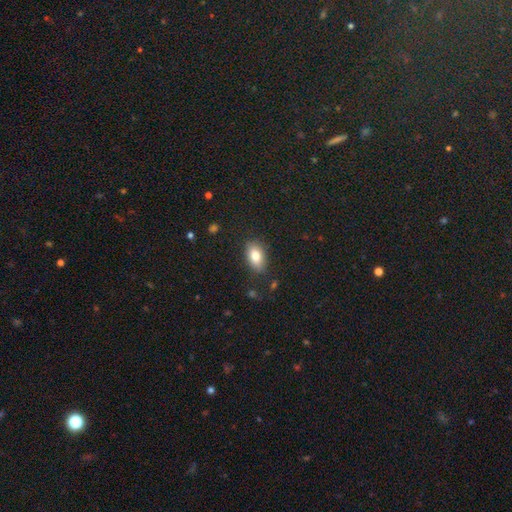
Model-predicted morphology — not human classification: The model was most divided on "smooth or featured": smooth: 80%, featured or disk: 12%, star or artifact: 8%. More confident: how rounded — in between (90%); merging — none (84%).